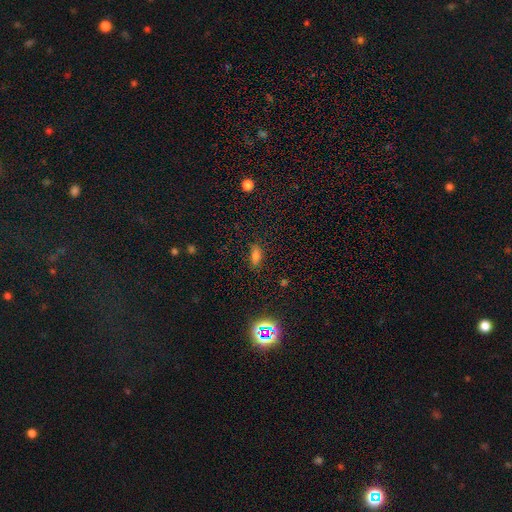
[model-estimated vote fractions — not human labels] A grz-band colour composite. It shows a smooth galaxy with no disk features (74%) that is in between round and cigar-shaped (82%). Merging: none (81%).